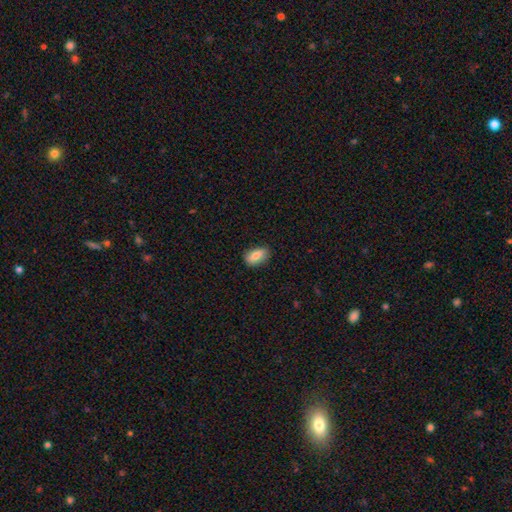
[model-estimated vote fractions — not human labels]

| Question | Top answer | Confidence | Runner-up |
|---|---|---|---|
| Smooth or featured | smooth | 77% | featured or disk (16%) |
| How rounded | in between | 87% | round (8%) |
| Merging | none | 82% | minor disturbance (14%) |